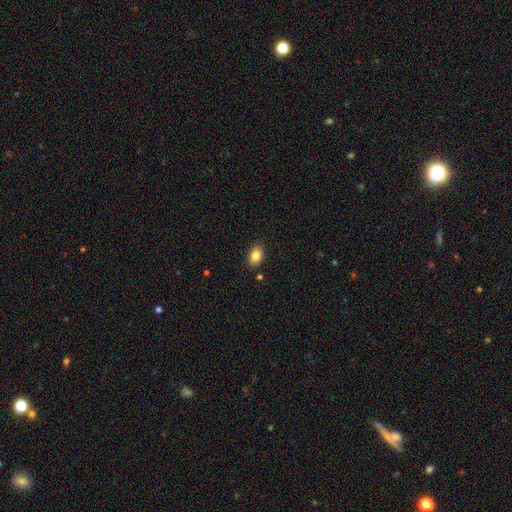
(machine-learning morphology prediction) This appears to be a smooth galaxy with no disk features (85%) that is in between round and cigar-shaped (83%). Merging: none (87%).